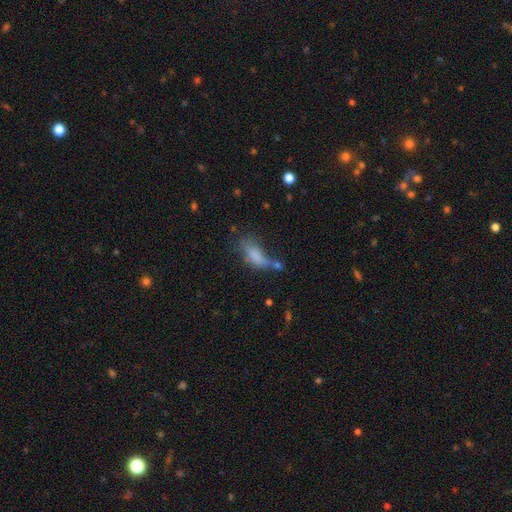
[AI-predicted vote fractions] A smooth galaxy with no disk features (71%) that is in between round and cigar-shaped (73%). Merging: major disturbance (29%).